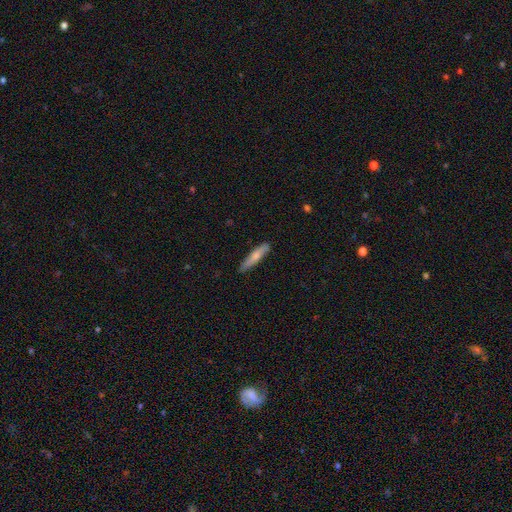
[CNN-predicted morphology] Q: Smooth or featured?
A: smooth (70%); runner-up: featured or disk (25%)
Q: How rounded?
A: cigar-shaped (85%); runner-up: in between (13%)
Q: Merging?
A: none (84%); runner-up: minor disturbance (13%)